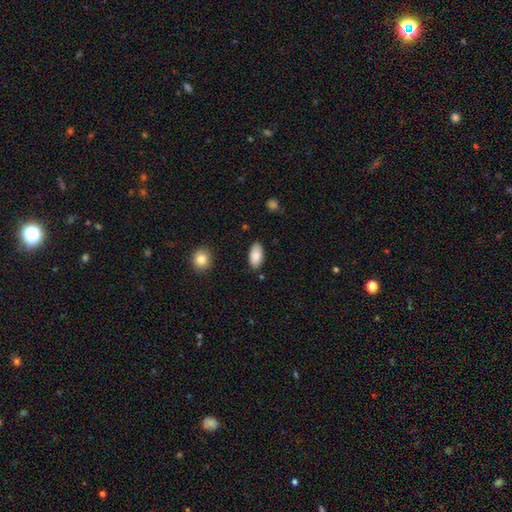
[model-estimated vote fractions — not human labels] Morphology: type=smooth (87%); roundness=in between (94%); merging=none (85%).